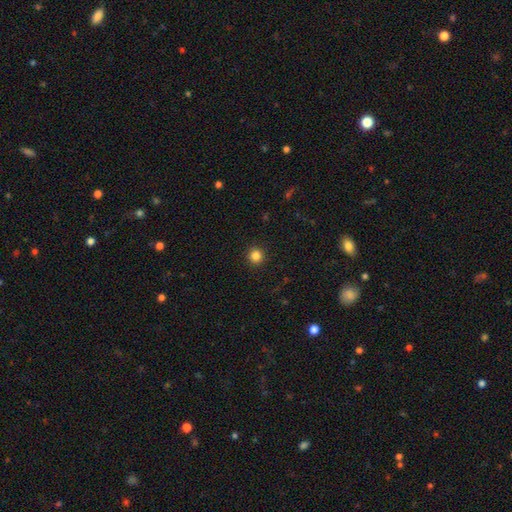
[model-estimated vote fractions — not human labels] Morphology: type=smooth (85%); roundness=round (95%); merging=none (93%).